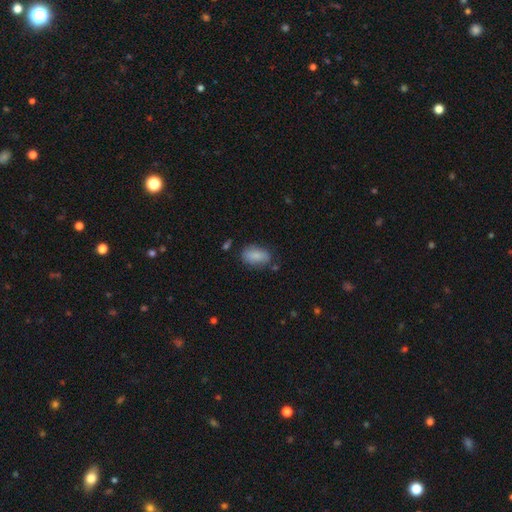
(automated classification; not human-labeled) A smooth galaxy with no disk features (85%) that is in between round and cigar-shaped (90%).

Vote fractions:
- Smooth or featured? smooth: 85% / featured or disk: 7% / star or artifact: 7%
- How rounded? in between: 90% / round: 5% / cigar-shaped: 4%
- Merging? none: 73% / minor disturbance: 19% / major disturbance: 5% / merger: 4%